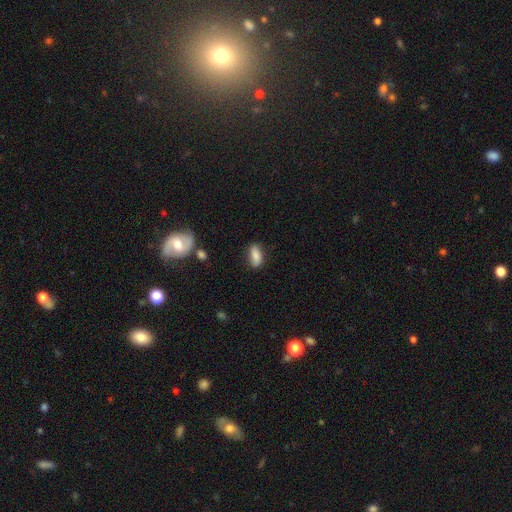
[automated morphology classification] type=smooth (82%); roundness=in between (81%); merging=none (78%).